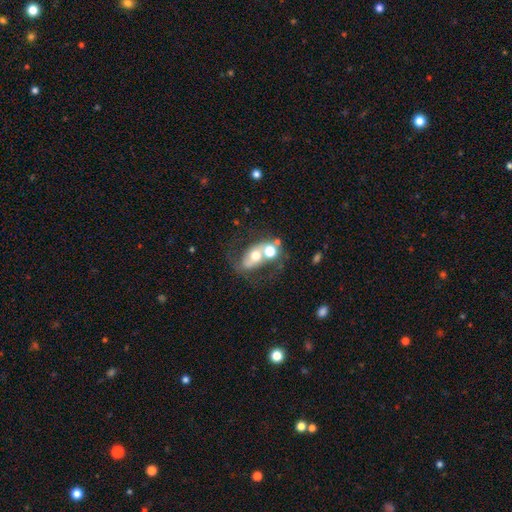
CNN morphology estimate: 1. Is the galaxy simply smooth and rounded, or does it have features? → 49% featured or disk, 40% smooth, 11% star or artifact.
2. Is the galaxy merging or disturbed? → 43% merger, 31% none, 13% major disturbance, 13% minor disturbance.